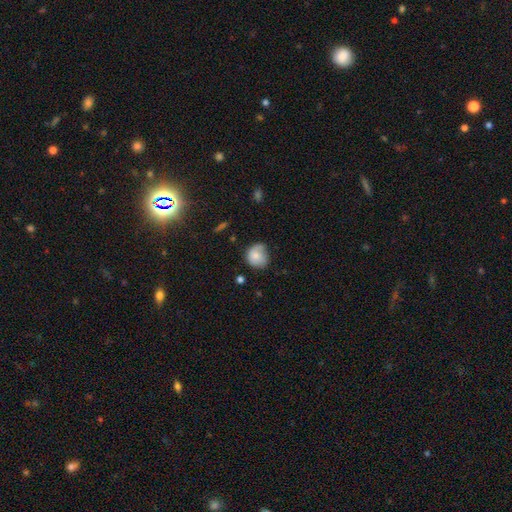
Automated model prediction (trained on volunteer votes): smooth-or-featured: smooth: 75% | featured or disk: 17% | star or artifact: 8%
  how-rounded: round: 75% | in between: 24% | cigar-shaped: 1%
  merging: none: 52% | minor disturbance: 35% | major disturbance: 11% | merger: 3%